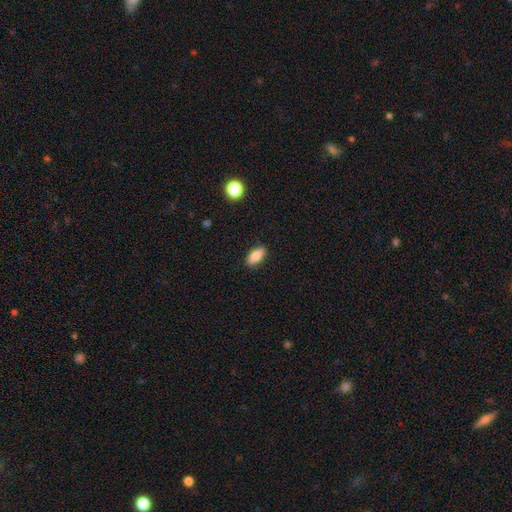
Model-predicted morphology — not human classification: A smooth galaxy with no disk features (81%) that is in between round and cigar-shaped (86%). Merging: none (88%).